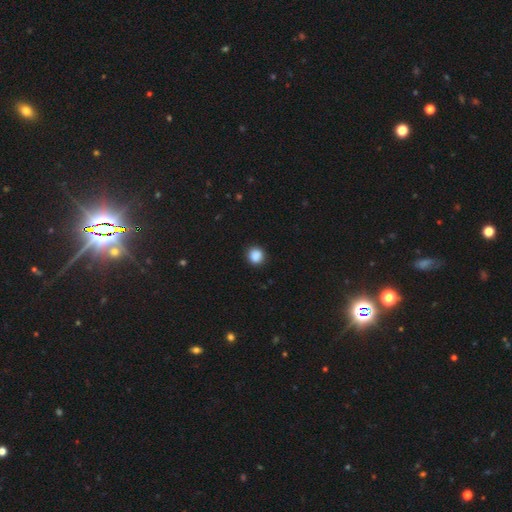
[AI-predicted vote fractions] A smooth galaxy with no disk features (88%) that is round (88%). Merging: none (88%).